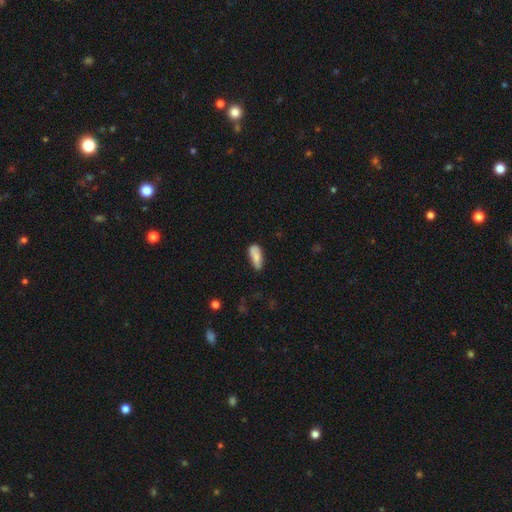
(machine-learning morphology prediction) A smooth galaxy with no disk features (79%) that is in between round and cigar-shaped (71%).

Vote fractions:
- Smooth or featured? smooth: 79% / featured or disk: 14% / star or artifact: 7%
- How rounded? in between: 71% / cigar-shaped: 27% / round: 2%
- Merging? none: 59% / minor disturbance: 28% / major disturbance: 7% / merger: 5%